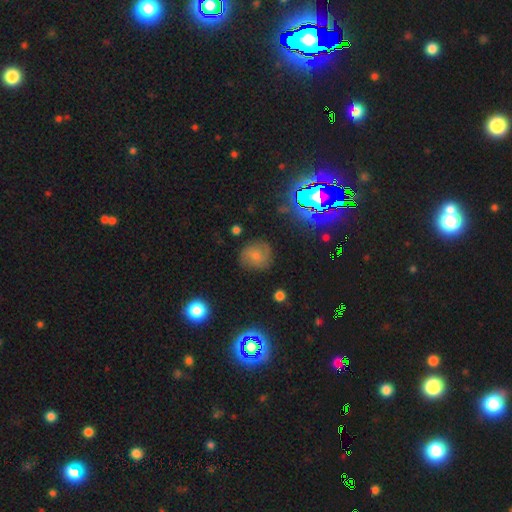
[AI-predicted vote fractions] Overall: smooth (54%; featured or disk 30%). How rounded: round (81%). Merging: none (73%).